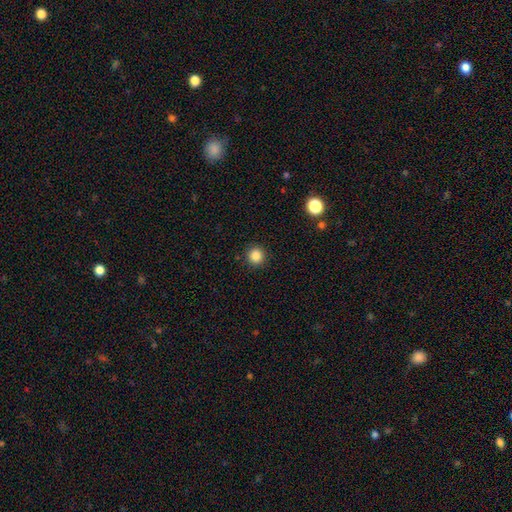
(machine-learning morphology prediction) type=smooth (85%); roundness=round (94%); merging=none (92%).